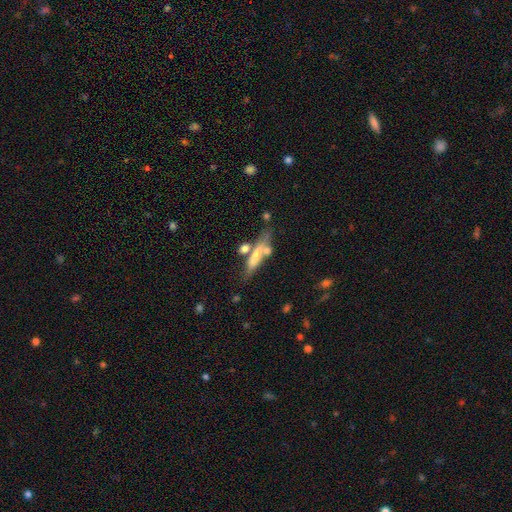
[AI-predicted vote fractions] This is likely a smooth galaxy (60%). How rounded: likely cigar-shaped (74%). Merging: possibly none (47%).